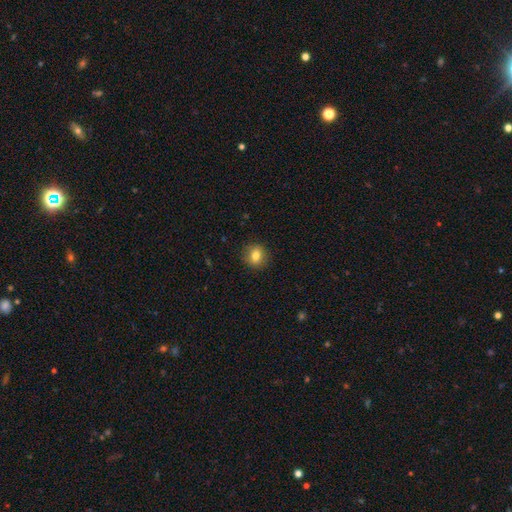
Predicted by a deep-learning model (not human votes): This is likely a smooth galaxy (76%). How rounded: likely round (76%). Merging: clearly none (87%).